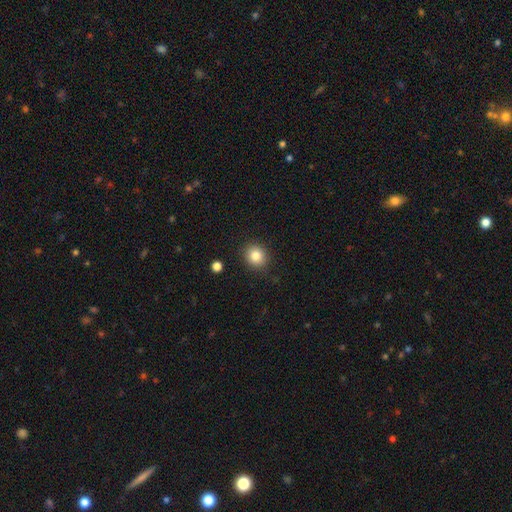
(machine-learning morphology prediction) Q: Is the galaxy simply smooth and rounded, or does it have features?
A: smooth — 83%.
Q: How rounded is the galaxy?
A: round — 80%.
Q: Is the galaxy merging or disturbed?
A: none — 88%.